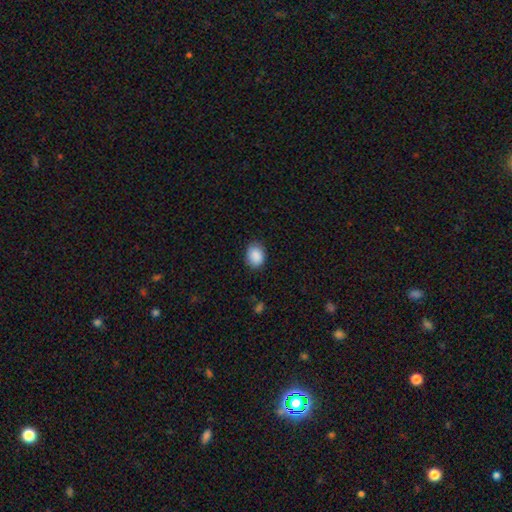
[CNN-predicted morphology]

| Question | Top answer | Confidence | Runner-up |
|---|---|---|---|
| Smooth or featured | smooth | 89% | star or artifact (7%) |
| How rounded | in between | 64% | round (35%) |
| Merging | none | 83% | minor disturbance (14%) |